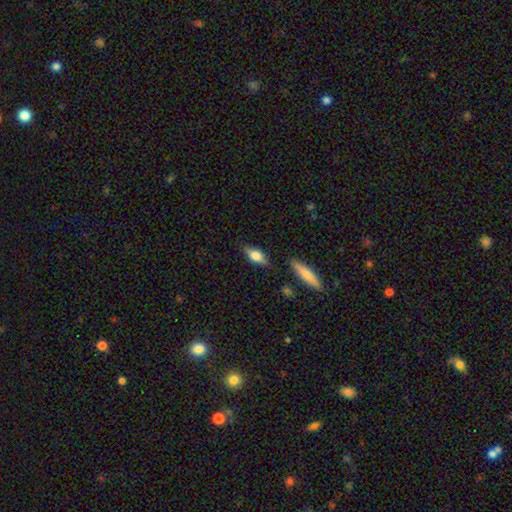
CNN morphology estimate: smooth 60%, featured or disk 32%, star or artifact 8%. Down the decision tree: how rounded — in between (71%); merging — none (78%).